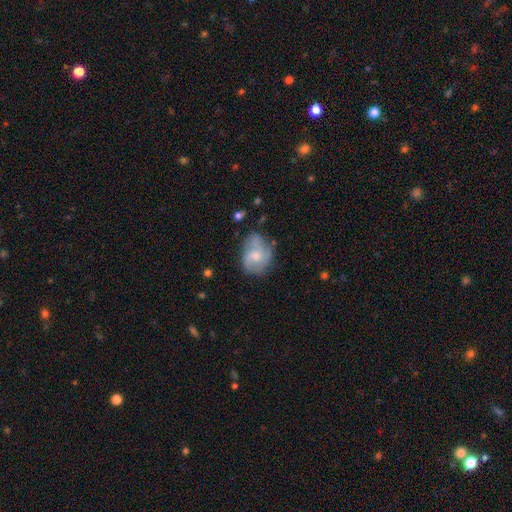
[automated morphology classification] Overall: featured or disk (55%; smooth 38%). Edge-on disk: no (97%). Bar: no (66%; weak 30%). Spiral arms: yes (76%). Bulge size: moderate (51%; small 28%). Merging: none (56%; minor disturbance 27%).